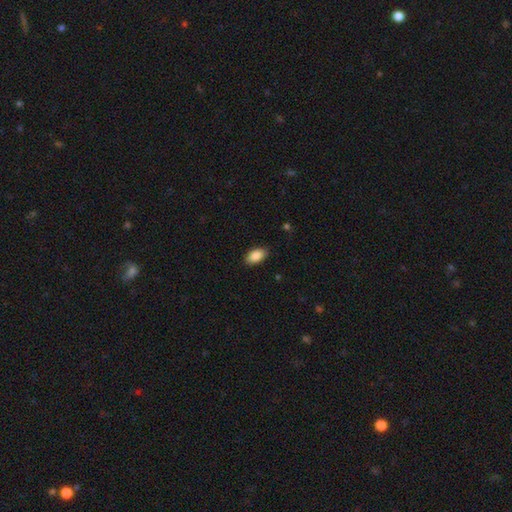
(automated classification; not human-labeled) smooth 88%, star or artifact 7%, featured or disk 5%. Down the decision tree: how rounded — in between (94%); merging — none (87%).